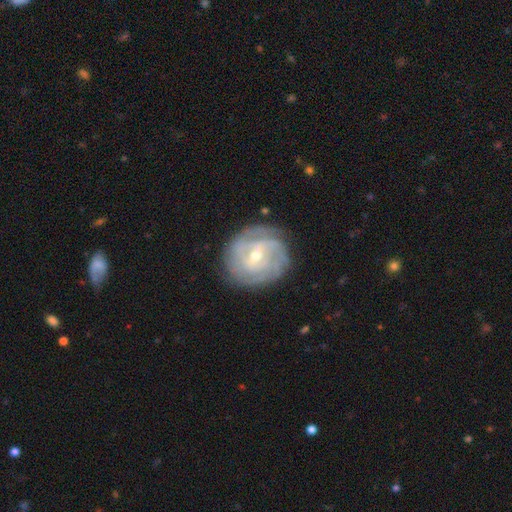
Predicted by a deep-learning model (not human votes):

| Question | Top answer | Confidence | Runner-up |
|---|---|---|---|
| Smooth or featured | featured or disk | 83% | smooth (11%) |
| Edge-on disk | no | 97% | yes (3%) |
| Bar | weak | 49% | no (37%) |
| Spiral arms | yes | 93% | no (7%) |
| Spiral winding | tight | 69% | medium (24%) |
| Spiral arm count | can't tell | 35% | 2 (22%) |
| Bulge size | small | 55% | moderate (42%) |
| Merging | none | 80% | minor disturbance (14%) |